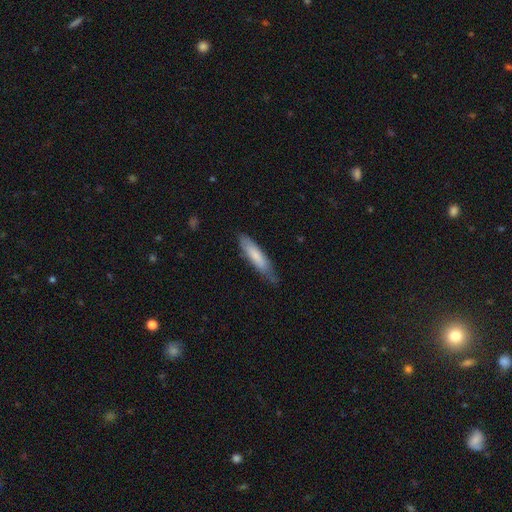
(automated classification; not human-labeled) smooth-or-featured: smooth: 74% | featured or disk: 21% | star or artifact: 5%
  how-rounded: cigar-shaped: 76% | in between: 23% | round: 1%
  merging: none: 67% | minor disturbance: 27% | major disturbance: 5% | merger: 1%